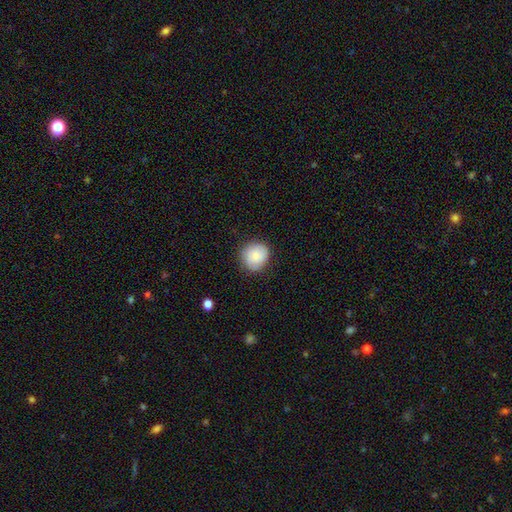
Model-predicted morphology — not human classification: Q: Smooth or featured?
A: smooth (81%); runner-up: featured or disk (12%)
Q: How rounded?
A: round (87%); runner-up: in between (12%)
Q: Merging?
A: none (82%); runner-up: minor disturbance (14%)